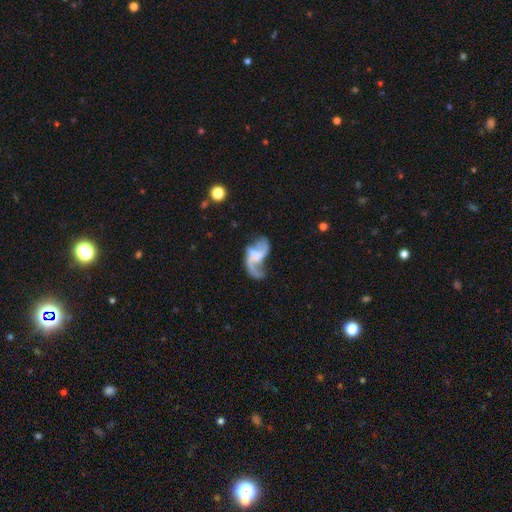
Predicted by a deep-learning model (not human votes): A featured or disk galaxy (75%) with no bar (48%), 2 (71%) loose (77%) spiral arms (80%) and no central bulge (53%).

Vote fractions:
- Smooth or featured? featured or disk: 75% / smooth: 16% / star or artifact: 9%
- Edge-on disk? no: 97% / yes: 3%
- Bar? no: 48% / weak: 38% / strong: 13%
- Spiral arms? yes: 80% / no: 20%
- Spiral winding? loose: 77% / medium: 18% / tight: 4%
- Spiral arm count? 2: 71% / 1: 16% / can't tell: 7% / 3: 3% / 4: 2% / more than 4: 1%
- Bulge size? none: 53% / small: 29% / moderate: 14% / large: 3% / dominant: 1%
- Merging? major disturbance: 39% / none: 30% / minor disturbance: 18% / merger: 12%